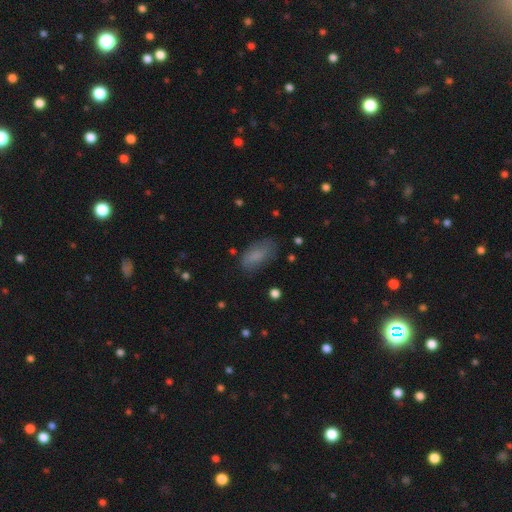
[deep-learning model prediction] Morphology: type=smooth (78%); roundness=in between (89%); merging=none (67%).